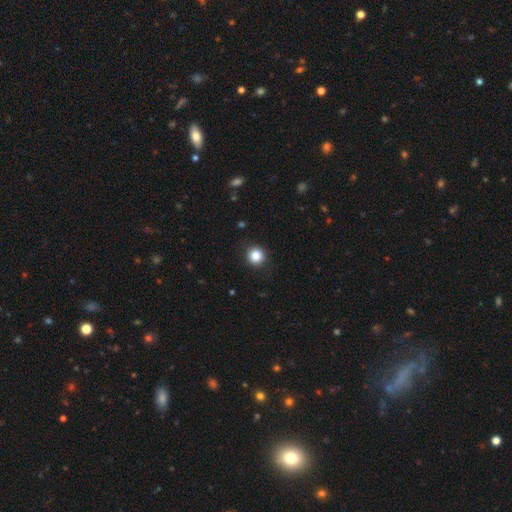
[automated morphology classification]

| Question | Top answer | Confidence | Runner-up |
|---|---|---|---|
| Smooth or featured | smooth | 84% | star or artifact (11%) |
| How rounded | round | 93% | in between (6%) |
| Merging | none | 90% | minor disturbance (7%) |